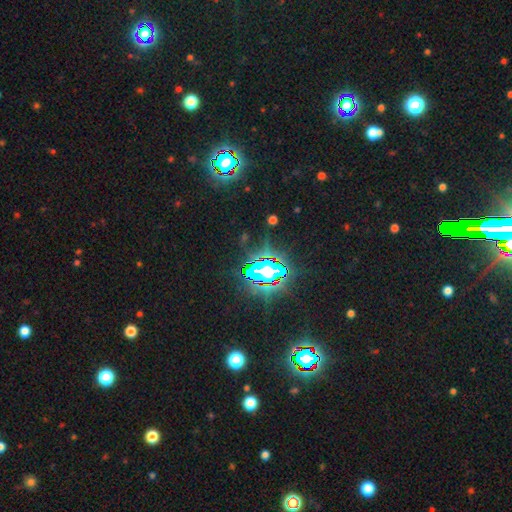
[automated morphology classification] This is clearly a star or artifact rather than a galaxy (82%).